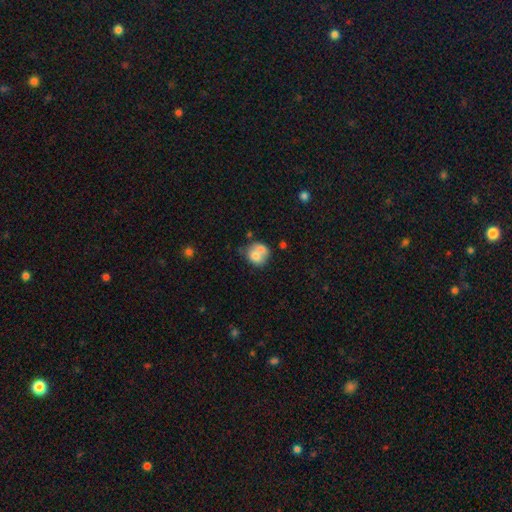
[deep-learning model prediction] Q: Smooth or featured?
A: smooth (68%); runner-up: featured or disk (24%)
Q: How rounded?
A: round (58%); runner-up: in between (41%)
Q: Merging?
A: merger (55%); runner-up: none (27%)